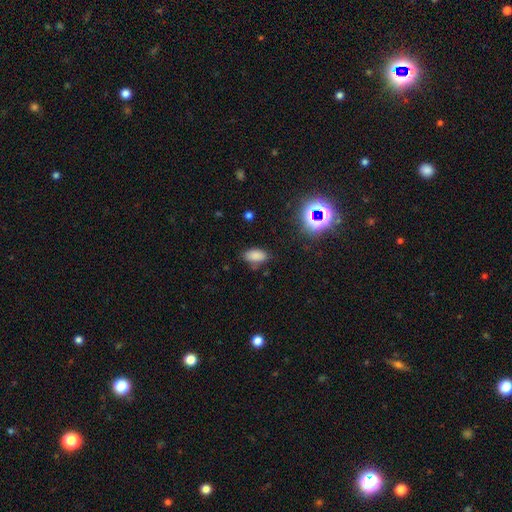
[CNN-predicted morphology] Smooth or featured? smooth (80%)
How rounded? in between (92%)
Merging? none (78%)